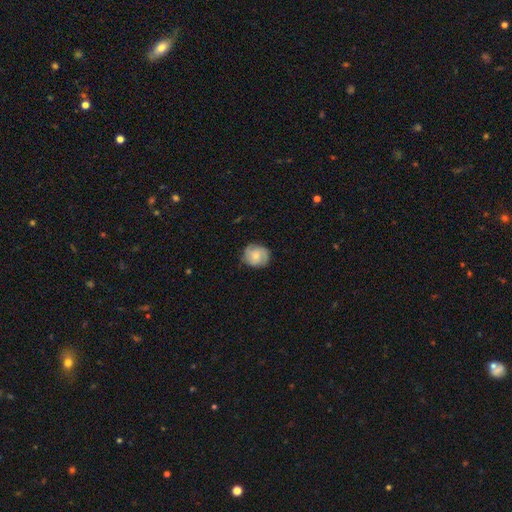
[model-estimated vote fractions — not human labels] This is possibly a featured or disk galaxy (51%). It is clearly not viewed edge-on (97%). Merging: likely none (77%).